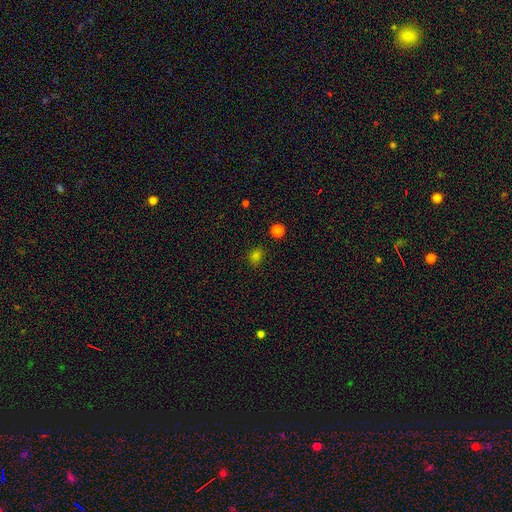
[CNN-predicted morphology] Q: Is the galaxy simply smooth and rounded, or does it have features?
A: smooth — 76%.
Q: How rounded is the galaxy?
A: round — 54%.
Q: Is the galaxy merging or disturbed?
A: none — 82%.